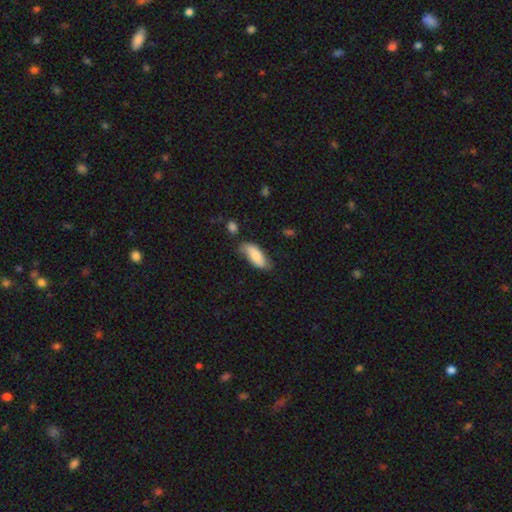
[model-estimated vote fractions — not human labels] Smooth or featured? Predicted: smooth (p=0.74). How rounded? Predicted: in between (p=0.78). Merging? Predicted: none (p=0.59).